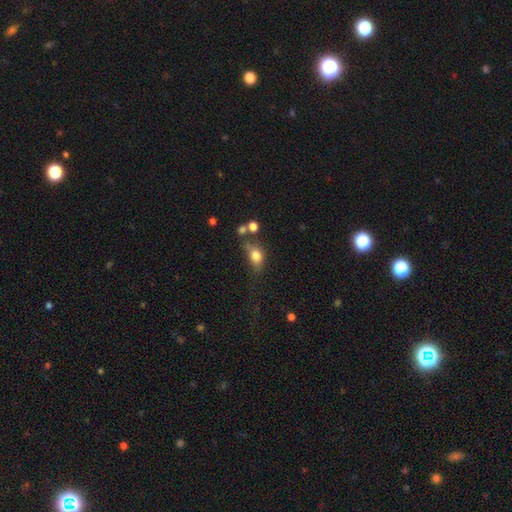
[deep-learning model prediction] A smooth galaxy with no disk features (78%) that is in between round and cigar-shaped (66%). Merging: none (45%).